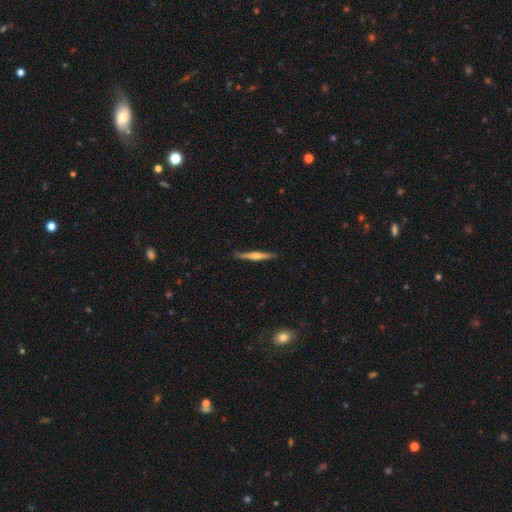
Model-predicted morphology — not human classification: The model was most divided on "smooth or featured": featured or disk: 63%, smooth: 31%, star or artifact: 6%. More confident: edge-on disk — yes (98%); merging — none (88%); edge-on bulge — rounded (76%).